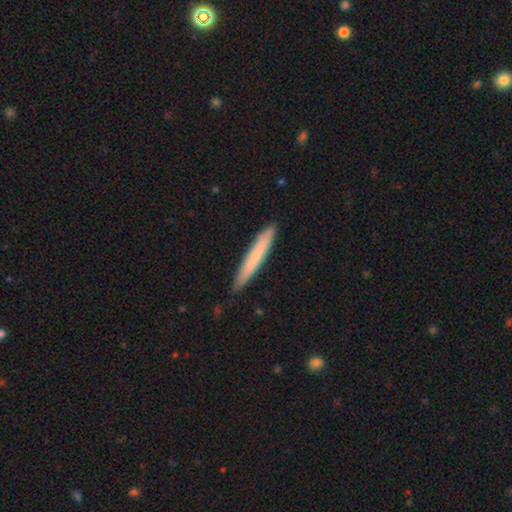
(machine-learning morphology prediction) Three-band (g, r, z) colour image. It shows a smooth galaxy with no disk features (69%) that is cigar-shaped (96%). Merging: none (89%).